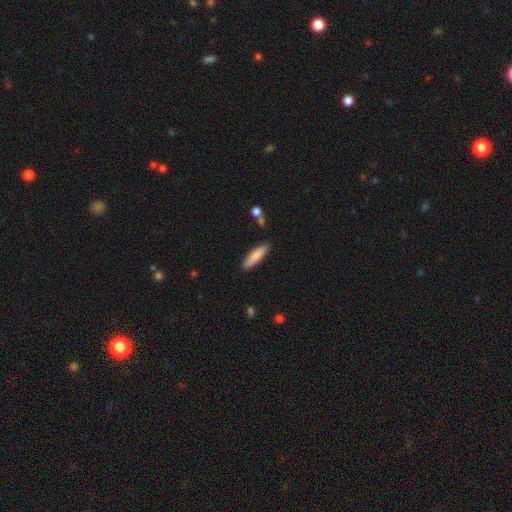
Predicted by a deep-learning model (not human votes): A smooth galaxy with no disk features (83%) that is cigar-shaped (64%).

Vote fractions:
- Smooth or featured? smooth: 83% / featured or disk: 11% / star or artifact: 6%
- How rounded? cigar-shaped: 64% / in between: 34% / round: 1%
- Merging? none: 86% / minor disturbance: 10% / merger: 2% / major disturbance: 2%